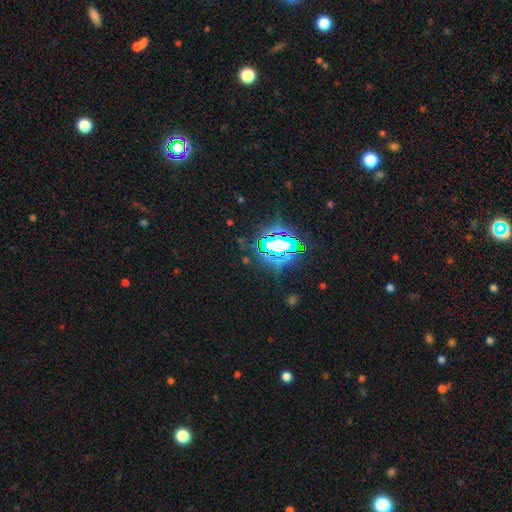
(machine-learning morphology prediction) smooth_or_featured: star or artifact (p=0.83) [alt: smooth p=0.10]